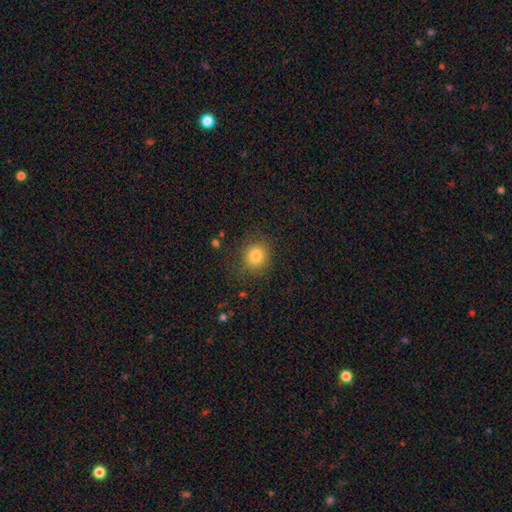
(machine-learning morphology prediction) smooth-or-featured: smooth: 82% | star or artifact: 11% | featured or disk: 6%
  how-rounded: round: 81% | in between: 18% | cigar-shaped: 1%
  merging: none: 83% | minor disturbance: 12% | major disturbance: 4% | merger: 1%